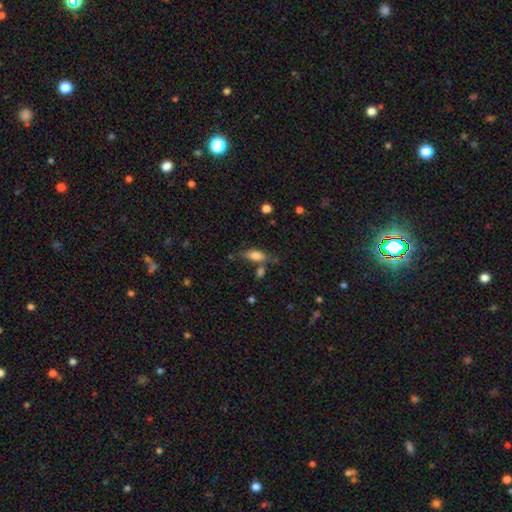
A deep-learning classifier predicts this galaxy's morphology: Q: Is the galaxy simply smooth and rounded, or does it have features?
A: smooth — 71%.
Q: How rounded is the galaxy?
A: in between — 69%.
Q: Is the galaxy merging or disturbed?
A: none — 62%.